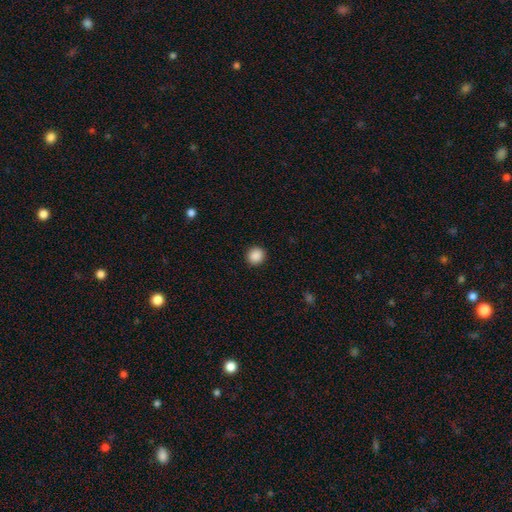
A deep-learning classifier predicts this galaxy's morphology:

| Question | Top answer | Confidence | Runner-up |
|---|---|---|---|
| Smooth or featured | smooth | 89% | star or artifact (9%) |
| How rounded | round | 92% | in between (7%) |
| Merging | none | 92% | minor disturbance (5%) |